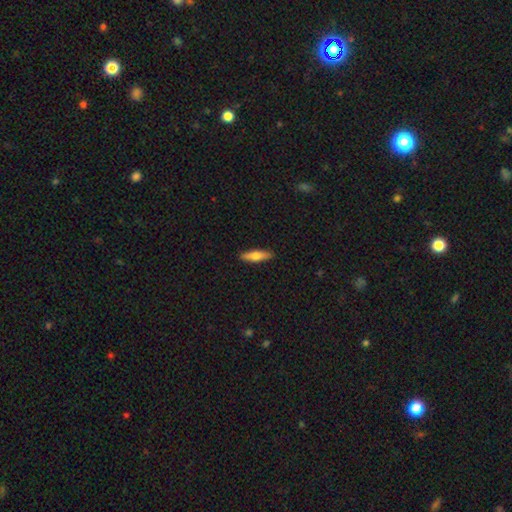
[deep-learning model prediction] The model was most divided on "smooth or featured": smooth: 63%, featured or disk: 31%, star or artifact: 6%. More confident: merging — none (90%); how rounded — cigar-shaped (68%).